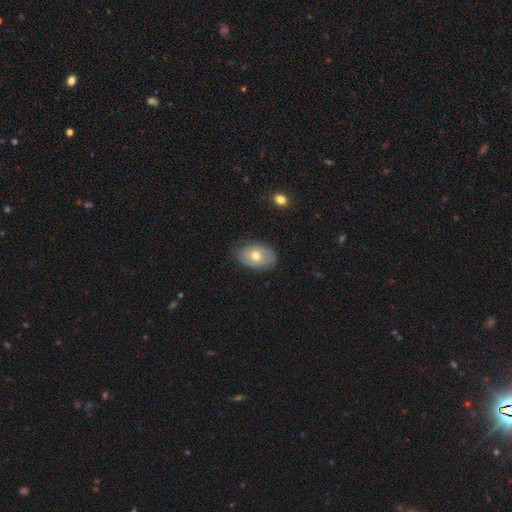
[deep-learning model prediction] This appears to be a smooth galaxy with no disk features (60%) that is in between round and cigar-shaped (83%). Merging: none (78%).